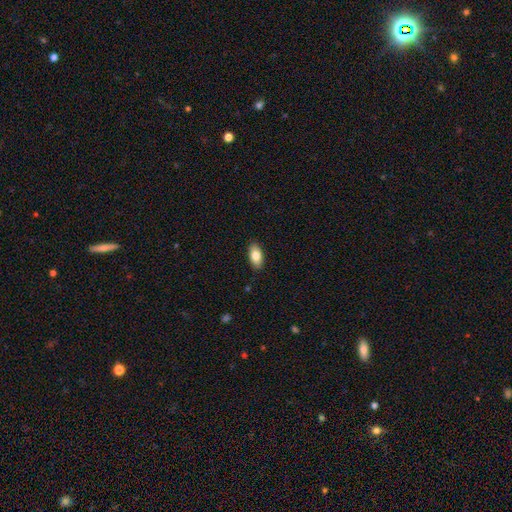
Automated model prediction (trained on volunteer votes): smooth_or_featured: smooth (p=0.81) [alt: featured or disk p=0.12]
how_rounded: in between (p=0.91) [alt: cigar-shaped p=0.05]
merging: none (p=0.88) [alt: minor disturbance p=0.09]